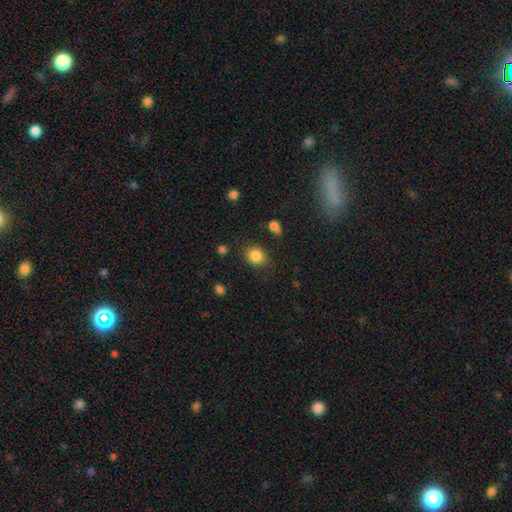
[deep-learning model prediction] Smooth or featured? smooth (84%)
How rounded? round (61%)
Merging? none (80%)